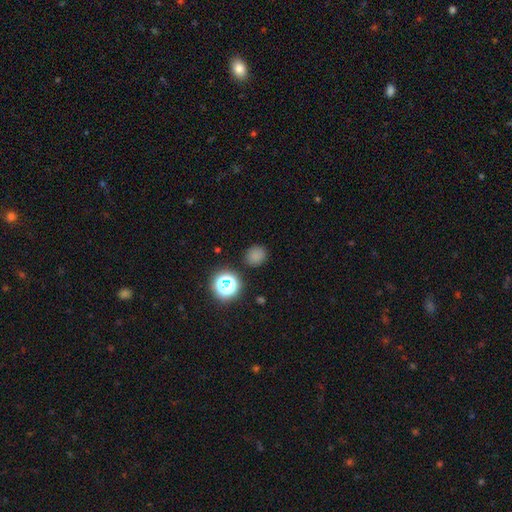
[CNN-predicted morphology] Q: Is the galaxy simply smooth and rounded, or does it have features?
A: smooth — 76%.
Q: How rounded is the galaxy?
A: round — 85%.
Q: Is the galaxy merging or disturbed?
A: none — 85%.